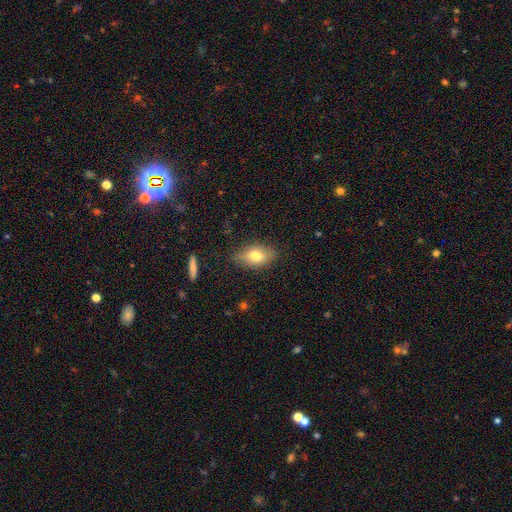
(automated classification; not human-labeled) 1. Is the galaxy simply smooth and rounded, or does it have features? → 72% smooth, 20% featured or disk, 8% star or artifact.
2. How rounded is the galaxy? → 84% in between, 10% round, 6% cigar-shaped.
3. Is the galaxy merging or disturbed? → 79% none, 16% minor disturbance, 4% major disturbance, 1% merger.